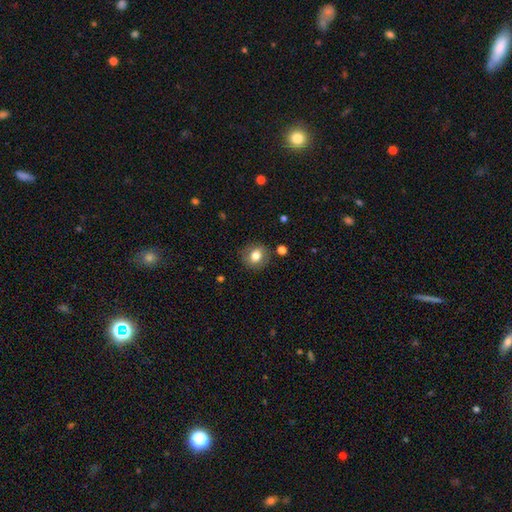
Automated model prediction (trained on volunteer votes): Morphology: type=smooth (76%); roundness=round (66%); merging=none (84%).